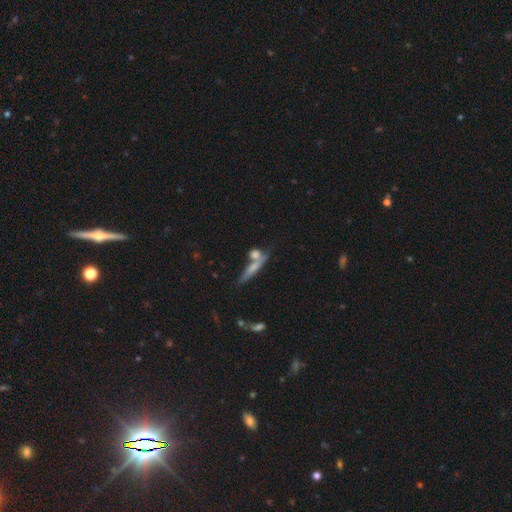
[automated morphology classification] Q: Smooth or featured?
A: smooth (63%); runner-up: featured or disk (27%)
Q: How rounded?
A: cigar-shaped (47%); runner-up: round (27%)
Q: Merging?
A: none (47%); runner-up: merger (34%)